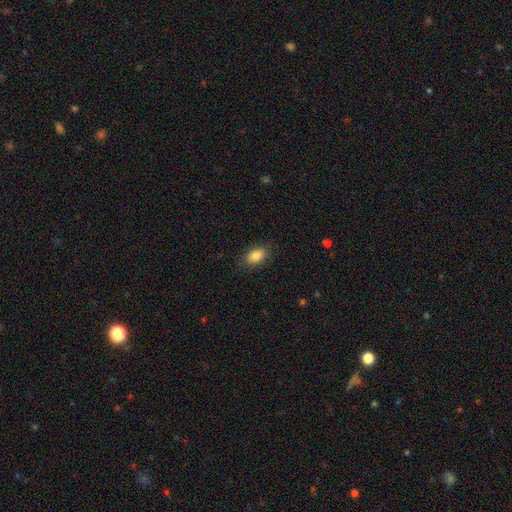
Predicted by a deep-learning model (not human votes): A smooth galaxy with no disk features (85%) that is in between round and cigar-shaped (88%). Merging: none (84%).